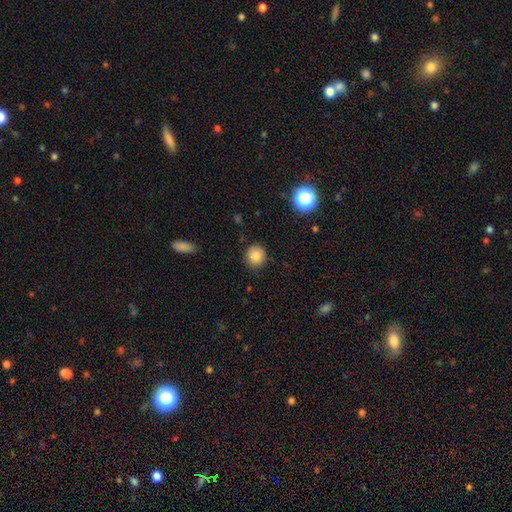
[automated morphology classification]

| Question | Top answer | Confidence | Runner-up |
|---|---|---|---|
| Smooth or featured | smooth | 84% | star or artifact (10%) |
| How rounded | round | 89% | in between (10%) |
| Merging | none | 88% | minor disturbance (8%) |